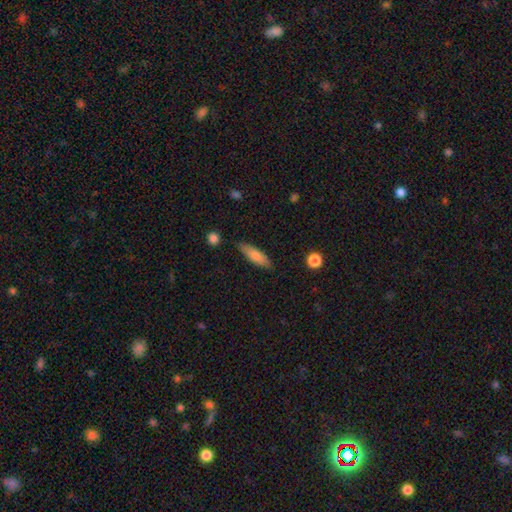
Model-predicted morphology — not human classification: Q: Smooth or featured?
A: smooth (78%); runner-up: featured or disk (16%)
Q: How rounded?
A: cigar-shaped (53%); runner-up: in between (45%)
Q: Merging?
A: none (83%); runner-up: minor disturbance (13%)